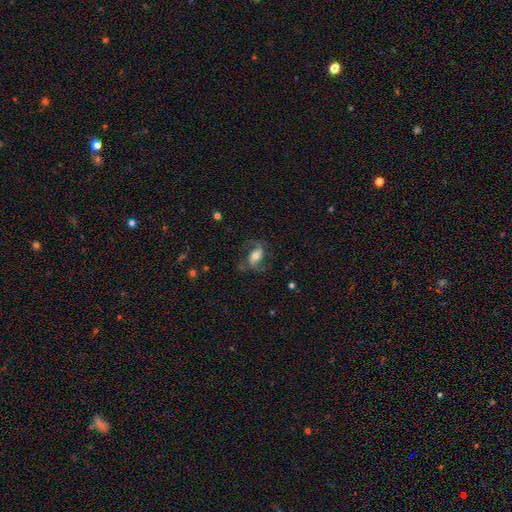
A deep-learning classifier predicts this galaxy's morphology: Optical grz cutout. It shows a featured or disk galaxy (73%) with a weak bar (35%), 2 (88%) loose (47%) spiral arms (92%) and a moderate central bulge (63%). Merging: none (67%).